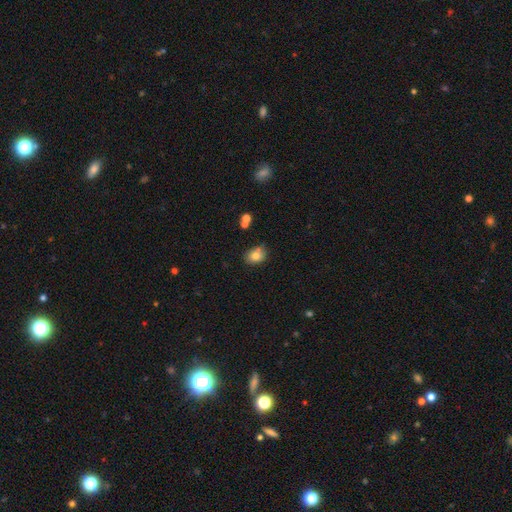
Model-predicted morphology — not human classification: type=smooth (79%); roundness=in between (60%); merging=none (71%).